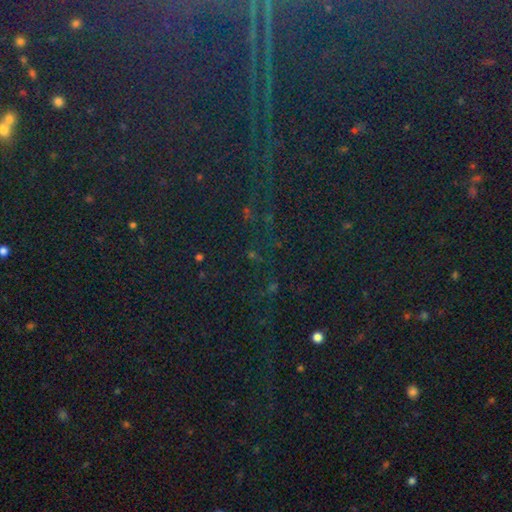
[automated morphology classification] smooth_or_featured: star or artifact (p=0.84) [alt: smooth p=0.09]